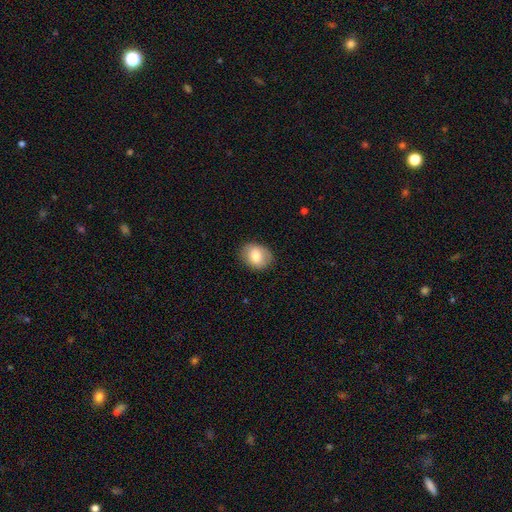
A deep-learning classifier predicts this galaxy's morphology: The model was most divided on "how rounded": in between: 56%, round: 43%, cigar-shaped: 1%. More confident: merging — none (83%); smooth or featured — smooth (78%).